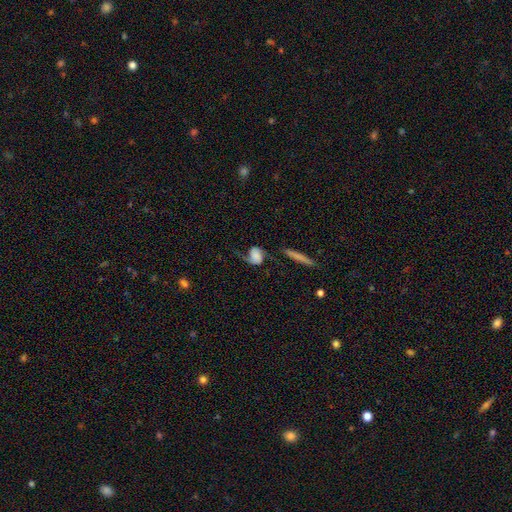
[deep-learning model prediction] Overall: featured or disk (53%; smooth 39%). Edge-on disk: no (94%). Merging: none (44%; major disturbance 27%).